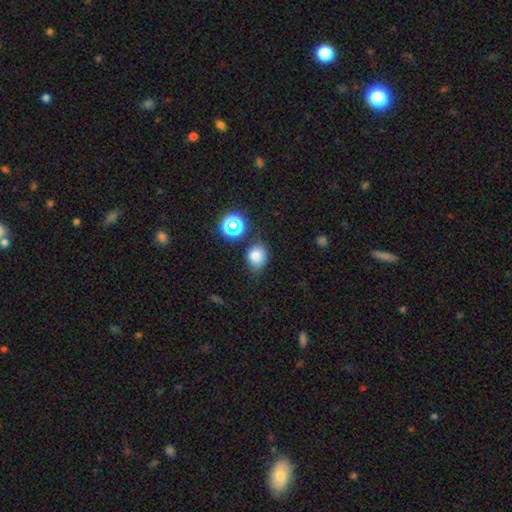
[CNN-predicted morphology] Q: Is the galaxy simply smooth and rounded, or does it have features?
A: smooth — 77%.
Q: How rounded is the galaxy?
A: round — 55%.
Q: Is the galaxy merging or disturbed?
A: none — 69%.